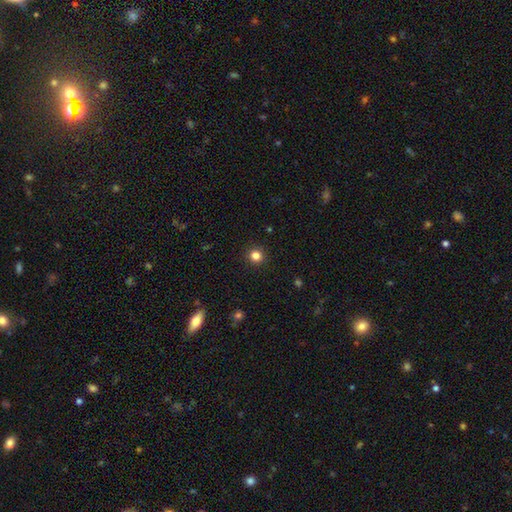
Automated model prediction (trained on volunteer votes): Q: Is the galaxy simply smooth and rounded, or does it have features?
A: smooth — 82%.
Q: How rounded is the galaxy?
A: round — 95%.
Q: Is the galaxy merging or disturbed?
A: none — 92%.